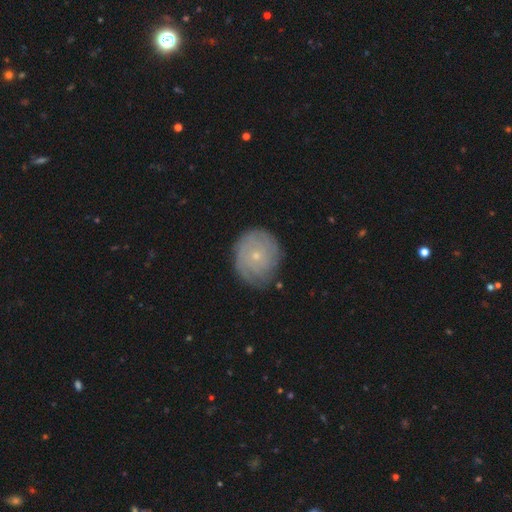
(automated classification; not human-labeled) This appears to be a featured or disk galaxy (62%) with no bar (86%), tight (78%) spiral arms (84%) and a small central bulge (83%). Merging: none (78%).